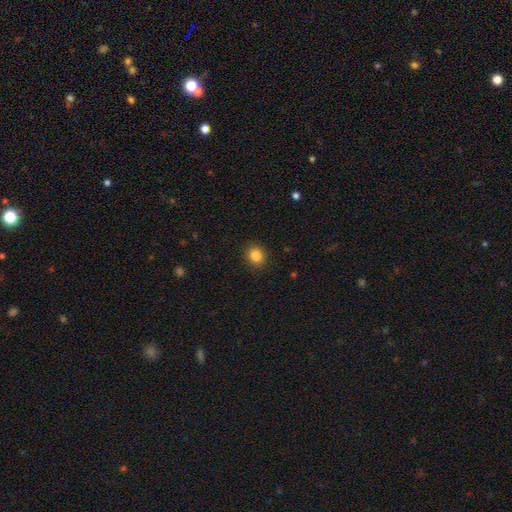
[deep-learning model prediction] Smooth or featured? Predicted: smooth (p=0.84). How rounded? Predicted: round (p=0.80). Merging? Predicted: none (p=0.91).